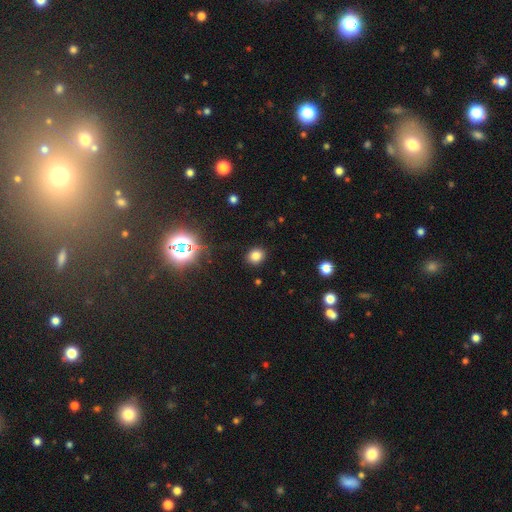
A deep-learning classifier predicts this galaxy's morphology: Smooth or featured? smooth (78%)
How rounded? round (69%)
Merging? none (89%)